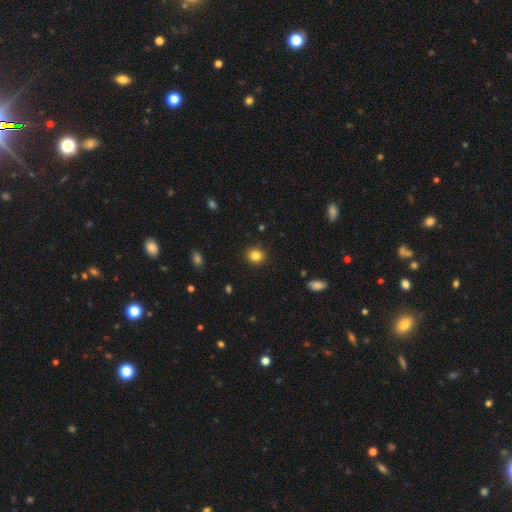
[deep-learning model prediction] This is clearly a smooth galaxy (83%). How rounded: clearly round (82%). Merging: clearly none (91%).